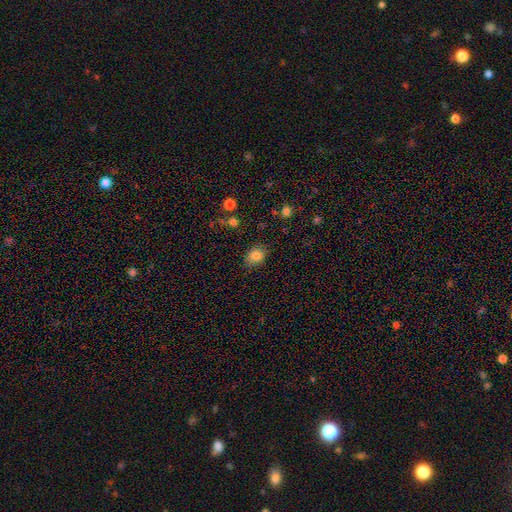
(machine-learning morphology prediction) smooth_or_featured: smooth (p=0.84) [alt: star or artifact p=0.10]
how_rounded: in between (p=0.56) [alt: round p=0.43]
merging: none (p=0.77) [alt: minor disturbance p=0.17]